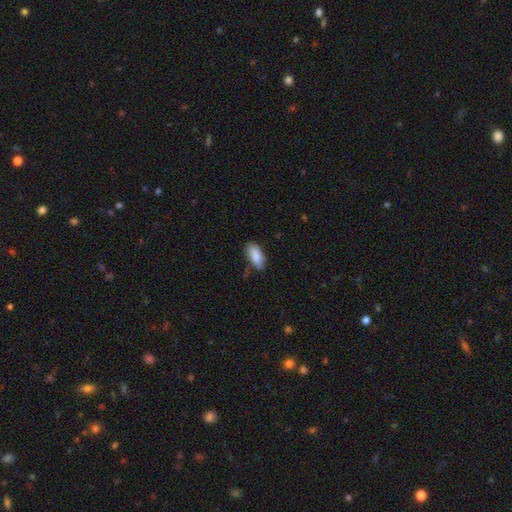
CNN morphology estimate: Q: Smooth or featured?
A: smooth (87%); runner-up: featured or disk (6%)
Q: How rounded?
A: in between (90%); runner-up: cigar-shaped (8%)
Q: Merging?
A: none (71%); runner-up: minor disturbance (23%)